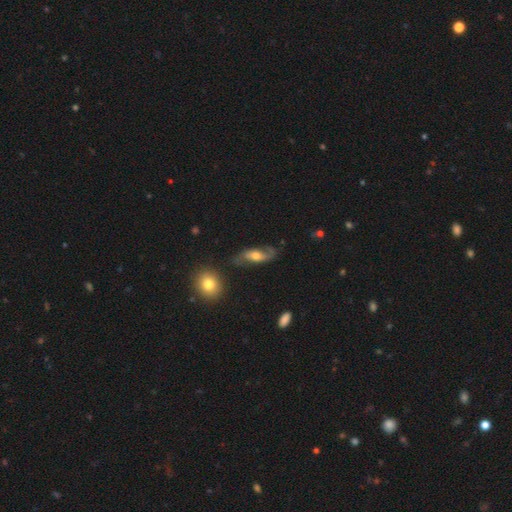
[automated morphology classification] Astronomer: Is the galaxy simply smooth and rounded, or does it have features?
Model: featured or disk — 69%.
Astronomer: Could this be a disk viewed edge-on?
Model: no — 88%.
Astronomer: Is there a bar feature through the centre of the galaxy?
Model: no — 51% (runner-up: weak, 35%).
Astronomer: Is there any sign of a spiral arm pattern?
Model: yes — 88%.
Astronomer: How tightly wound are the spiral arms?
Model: loose — 59%.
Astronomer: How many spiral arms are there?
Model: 2 — 88%.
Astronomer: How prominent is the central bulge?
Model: moderate — 65%.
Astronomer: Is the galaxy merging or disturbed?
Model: none — 66%.